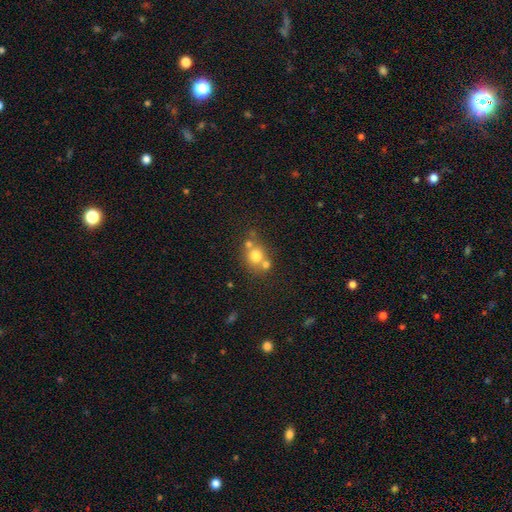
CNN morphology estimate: smooth 71%, featured or disk 15%, star or artifact 14%. Down the decision tree: how rounded — round (80%); merging — none (50%).